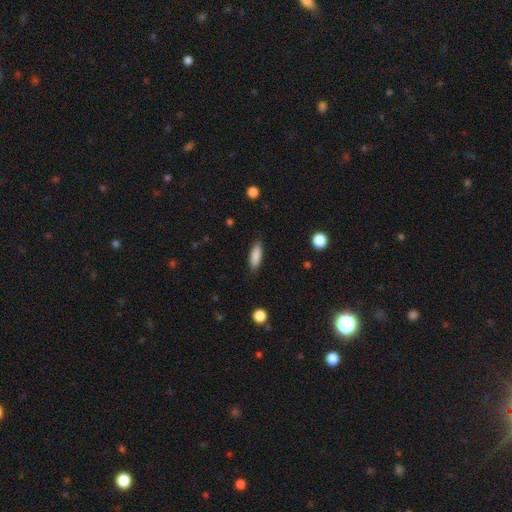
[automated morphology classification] smooth 86%, featured or disk 7%, star or artifact 7%. Down the decision tree: how rounded — in between (51%); merging — none (87%).